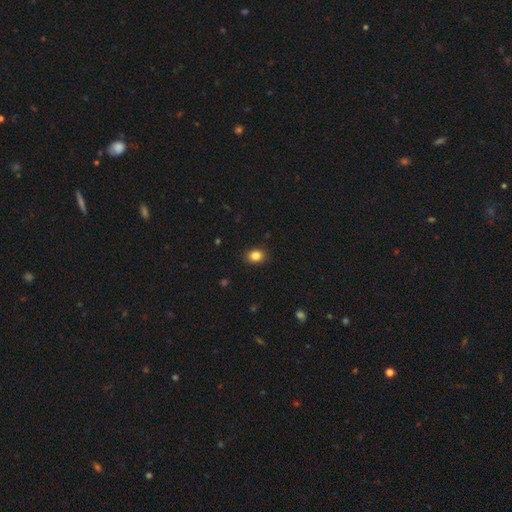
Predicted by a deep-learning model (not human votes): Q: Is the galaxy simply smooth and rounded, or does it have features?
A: smooth — 85%.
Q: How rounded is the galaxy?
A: in between — 52%.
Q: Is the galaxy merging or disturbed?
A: none — 89%.